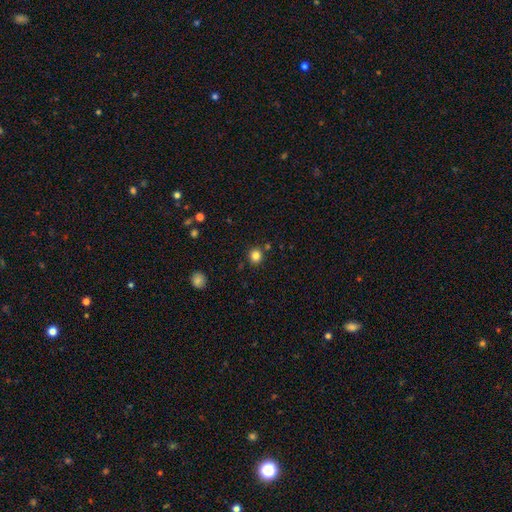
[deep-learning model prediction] Smooth or featured? Predicted: smooth (p=0.83). How rounded? Predicted: round (p=0.89). Merging? Predicted: none (p=0.85).